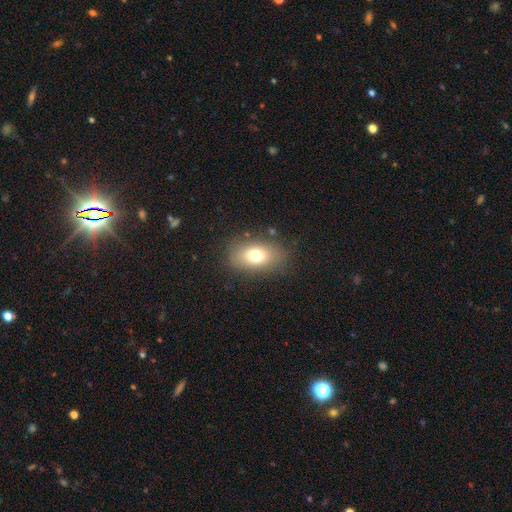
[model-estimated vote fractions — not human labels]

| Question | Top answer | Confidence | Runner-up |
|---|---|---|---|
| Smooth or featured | smooth | 74% | featured or disk (15%) |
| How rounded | in between | 84% | round (13%) |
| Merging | none | 83% | minor disturbance (11%) |